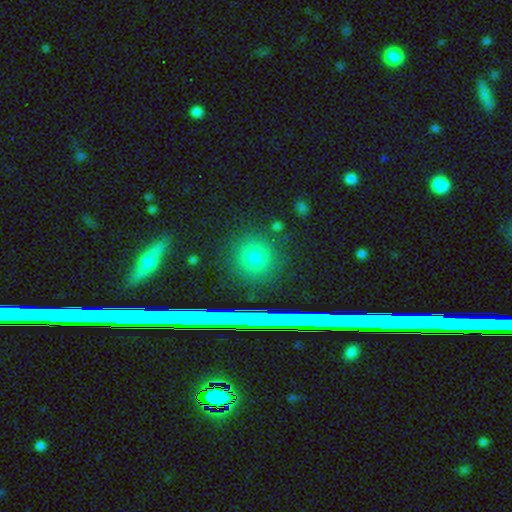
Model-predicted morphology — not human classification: Smooth or featured? smooth (58%)
How rounded? round (84%)
Merging? none (89%)